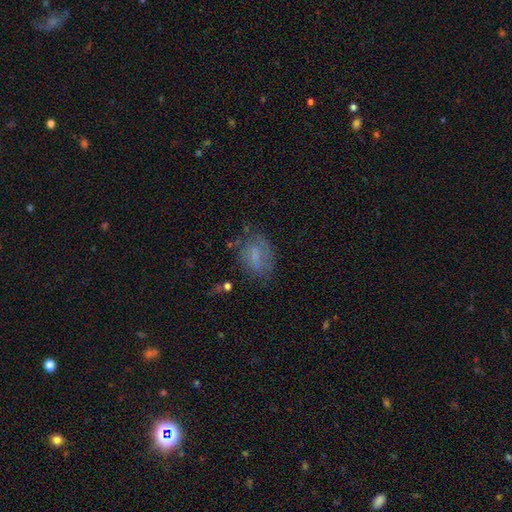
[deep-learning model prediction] The model was most divided on "smooth or featured": smooth: 51%, featured or disk: 36%, star or artifact: 13%. More confident: how rounded — in between (63%); merging — none (57%).